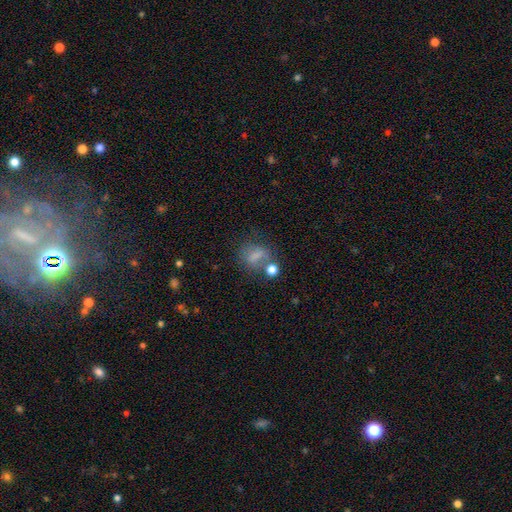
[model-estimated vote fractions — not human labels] smooth_or_featured: smooth (p=0.66) [alt: featured or disk p=0.18]
how_rounded: in between (p=0.51) [alt: round p=0.45]
merging: none (p=0.46) [alt: minor disturbance p=0.19]